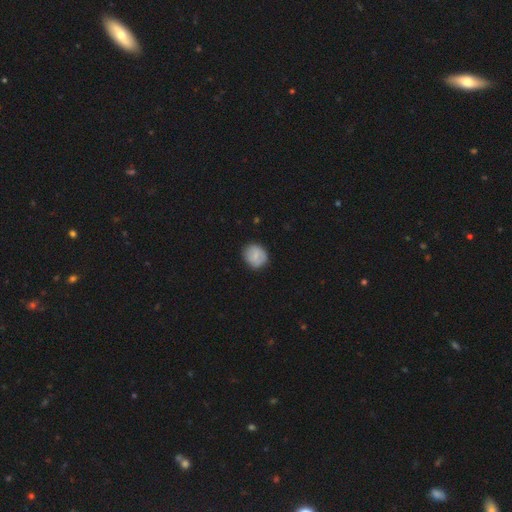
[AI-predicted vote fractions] Overall: smooth (73%). How rounded: round (77%). Merging: none (84%).